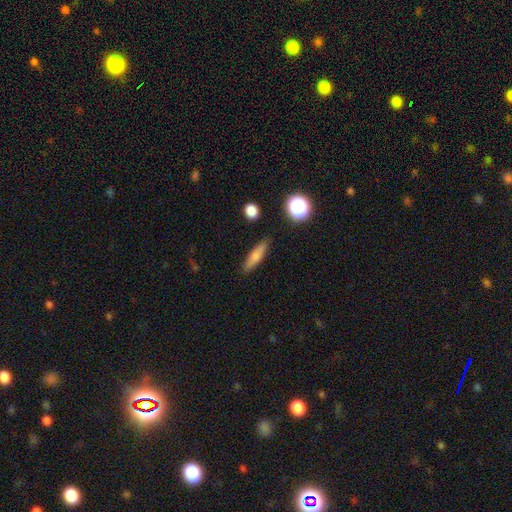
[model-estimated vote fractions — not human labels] smooth-or-featured: smooth: 67% | featured or disk: 24% | star or artifact: 9%
  how-rounded: cigar-shaped: 73% | in between: 23% | round: 5%
  merging: none: 85% | minor disturbance: 11% | major disturbance: 3% | merger: 2%